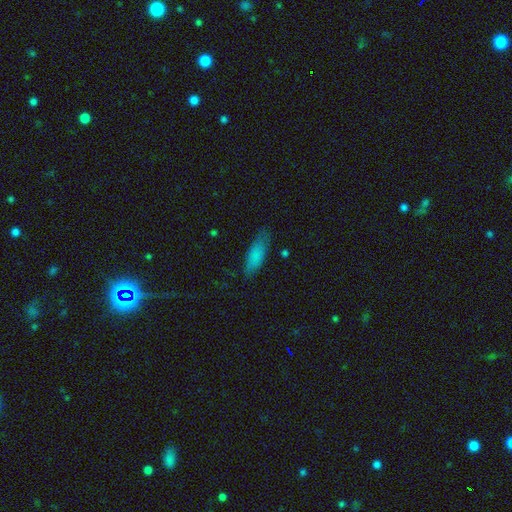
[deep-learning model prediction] This appears to be a smooth galaxy with no disk features (81%) that is in between round and cigar-shaped (58%). Merging: none (77%).